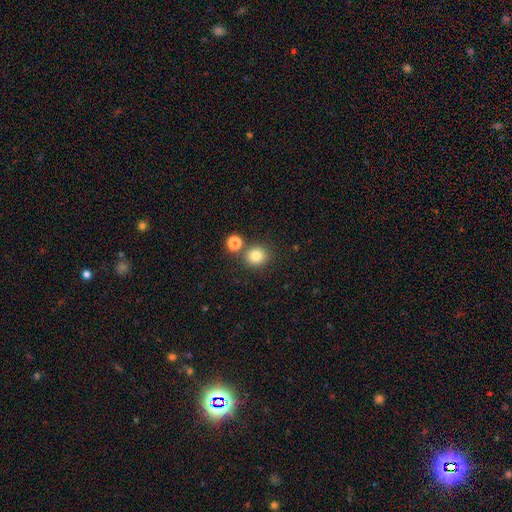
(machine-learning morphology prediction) This is clearly a smooth galaxy (81%). How rounded: clearly round (87%). Merging: likely none (77%).